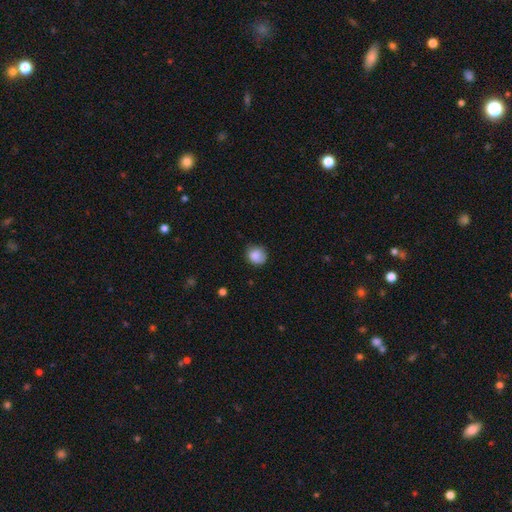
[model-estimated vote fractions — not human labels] Smooth or featured?
  - smooth: 86% *
  - star or artifact: 8%
  - featured or disk: 6%
How rounded?
  - round: 79% *
  - in between: 20%
  - cigar-shaped: 1%
Merging?
  - none: 72% *
  - minor disturbance: 22%
  - major disturbance: 4%
  - merger: 1%